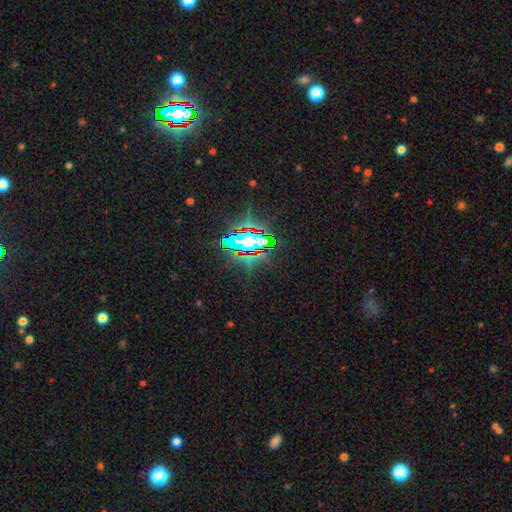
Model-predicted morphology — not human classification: Smooth or featured?
  - star or artifact: 79% *
  - smooth: 11%
  - featured or disk: 10%